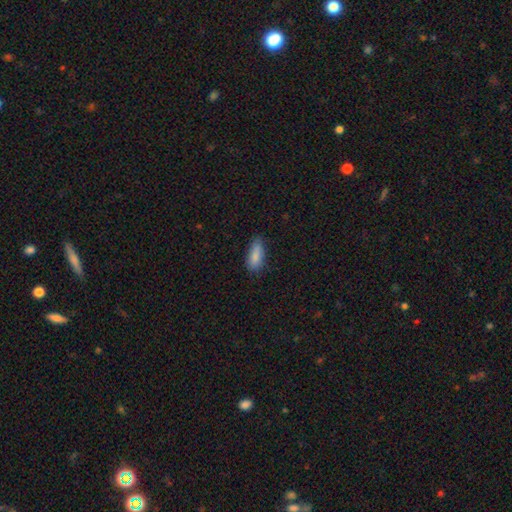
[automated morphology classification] The model was most divided on "merging": none: 74%, minor disturbance: 22%, major disturbance: 4%, merger: 1%. More confident: smooth or featured — smooth (87%); how rounded — in between (77%).